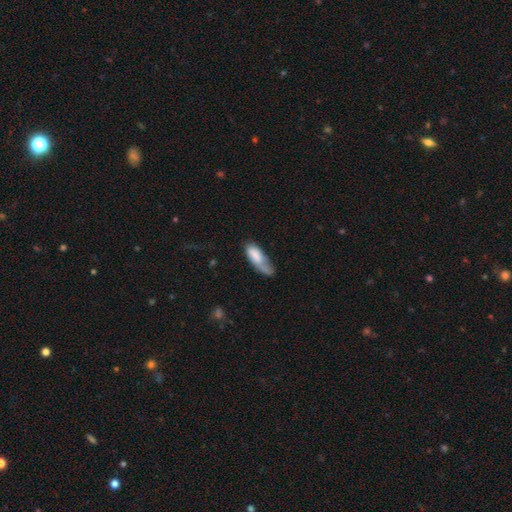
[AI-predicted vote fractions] Smooth or featured? smooth (74%)
How rounded? in between (70%)
Merging? none (32%, tied with minor disturbance)